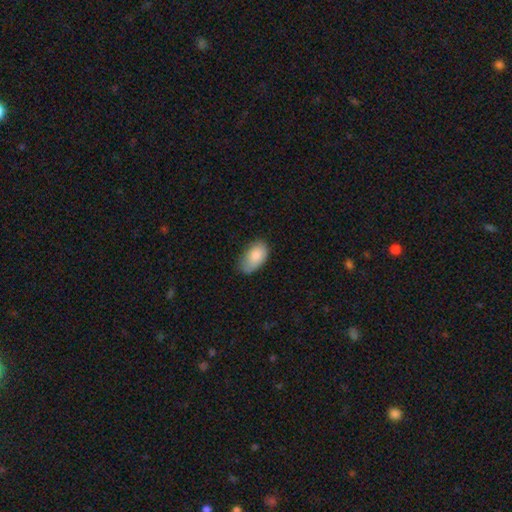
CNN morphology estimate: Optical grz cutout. It shows a smooth galaxy with no disk features (83%) that is in between round and cigar-shaped (94%). Merging: none (63%).